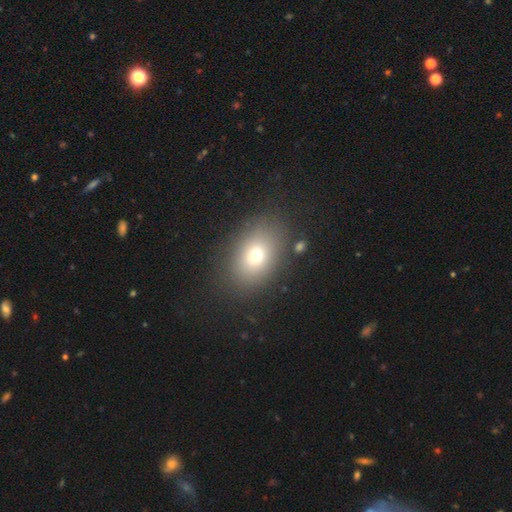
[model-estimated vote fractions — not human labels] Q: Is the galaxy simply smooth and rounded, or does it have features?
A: smooth — 71%.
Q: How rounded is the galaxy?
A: in between — 70%.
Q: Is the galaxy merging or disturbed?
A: none — 82%.